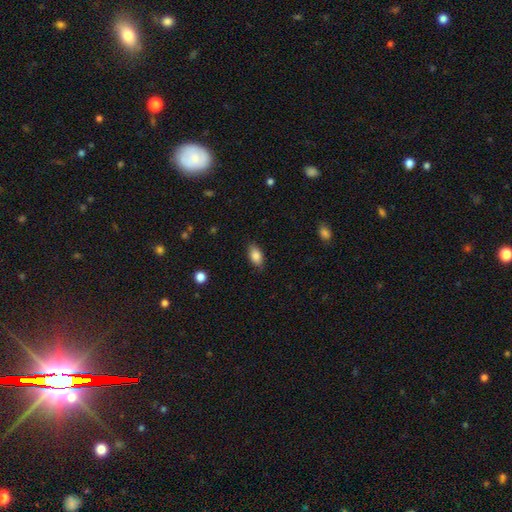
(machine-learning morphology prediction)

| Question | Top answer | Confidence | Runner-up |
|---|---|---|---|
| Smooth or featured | smooth | 85% | star or artifact (8%) |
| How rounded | in between | 90% | round (6%) |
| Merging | none | 85% | minor disturbance (12%) |